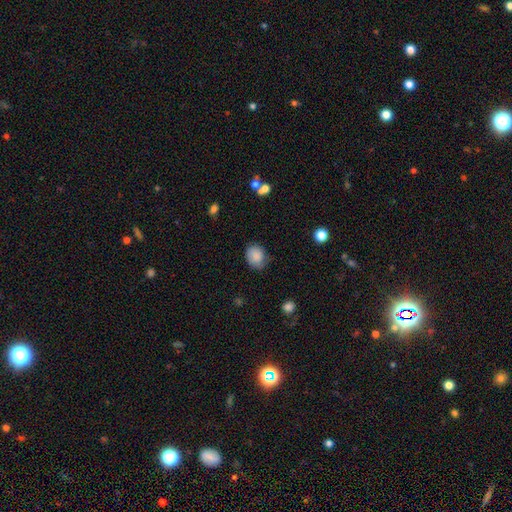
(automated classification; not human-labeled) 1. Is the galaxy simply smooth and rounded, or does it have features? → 83% smooth, 9% featured or disk, 8% star or artifact.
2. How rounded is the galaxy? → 53% round, 46% in between, 1% cigar-shaped.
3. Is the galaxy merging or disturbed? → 64% none, 27% minor disturbance, 7% major disturbance, 2% merger.